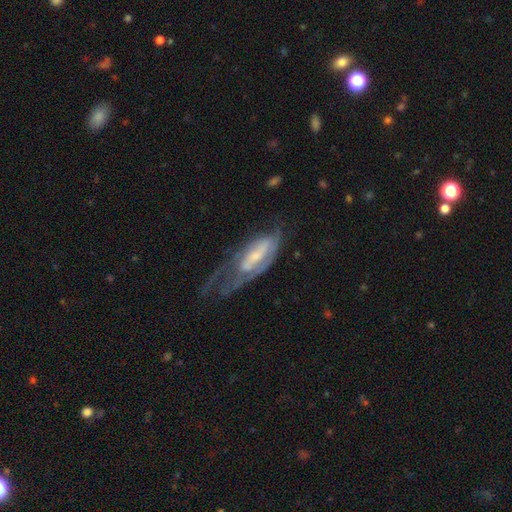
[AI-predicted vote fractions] A featured or disk galaxy (72%) with no bar (45%), spiral arms (77%) and a small central bulge (46%). Merging: major disturbance (43%).